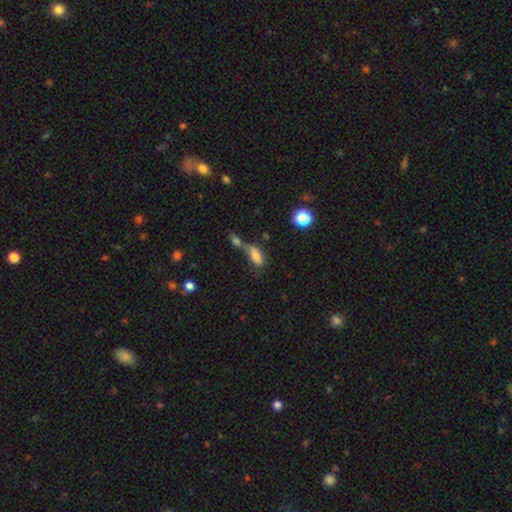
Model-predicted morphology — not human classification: Overall: smooth (73%). How rounded: in between (78%). Merging: merger (56%; none 24%).